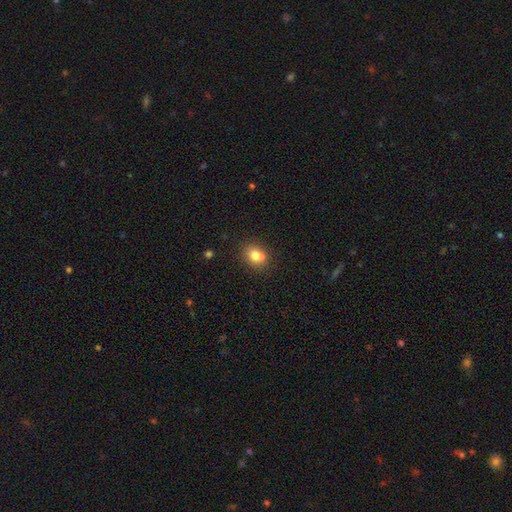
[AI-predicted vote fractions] smooth-or-featured: smooth: 76% | featured or disk: 13% | star or artifact: 11%
  how-rounded: round: 55% | in between: 44% | cigar-shaped: 1%
  merging: none: 58% | merger: 25% | minor disturbance: 14% | major disturbance: 4%